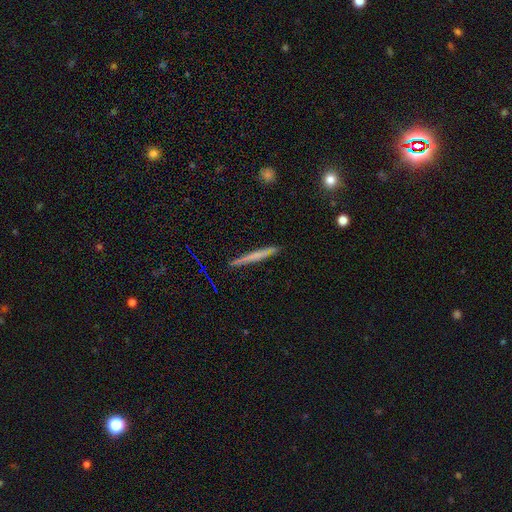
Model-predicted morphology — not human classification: Smooth or featured? Predicted: smooth (p=0.53). How rounded? Predicted: cigar-shaped (p=0.96). Merging? Predicted: none (p=0.84).